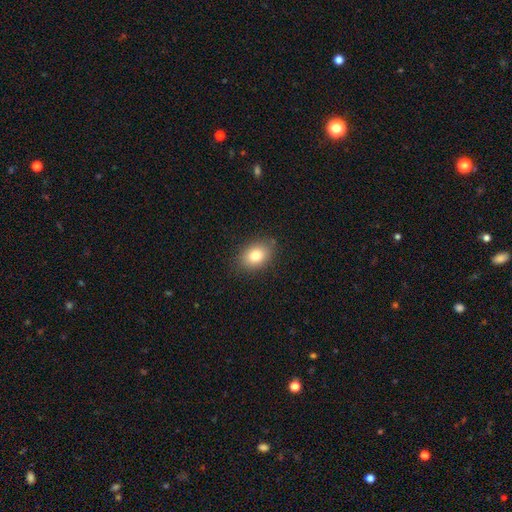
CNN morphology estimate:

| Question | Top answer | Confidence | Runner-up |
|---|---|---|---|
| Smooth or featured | smooth | 80% | featured or disk (10%) |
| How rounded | in between | 74% | round (24%) |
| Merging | none | 85% | minor disturbance (11%) |